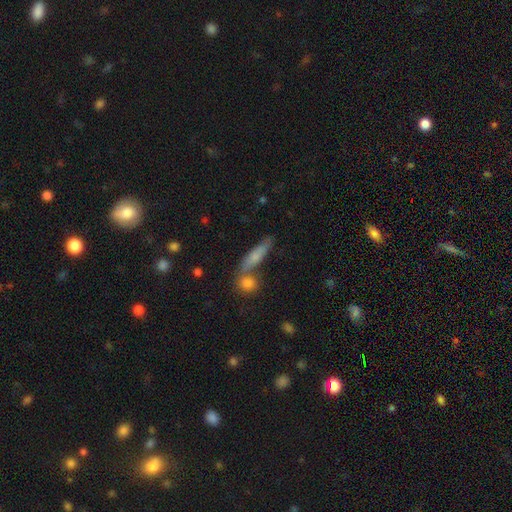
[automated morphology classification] Overall: smooth (70%). How rounded: cigar-shaped (70%). Merging: none (56%; merger 26%).